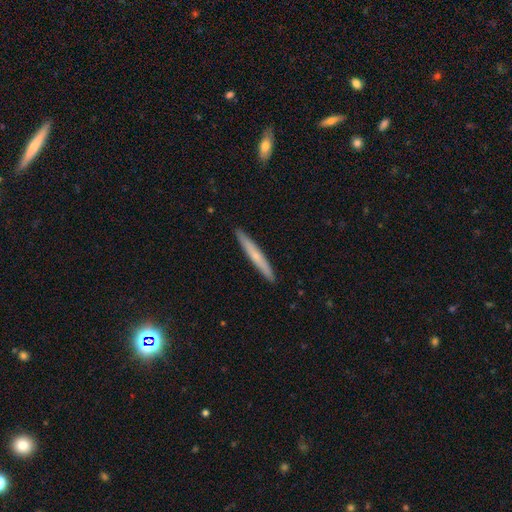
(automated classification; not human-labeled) A smooth galaxy with no disk features (56%) that is cigar-shaped (96%).

Vote fractions:
- Smooth or featured? smooth: 56% / featured or disk: 38% / star or artifact: 6%
- How rounded? cigar-shaped: 96% / in between: 2% / round: 1%
- Merging? none: 92% / minor disturbance: 6% / major disturbance: 1% / merger: 1%